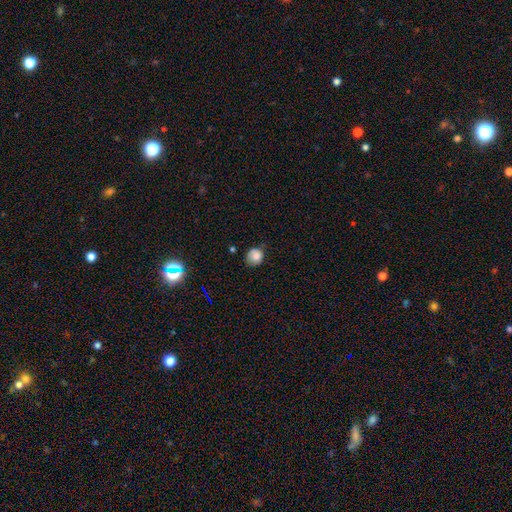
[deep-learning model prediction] smooth 79%, featured or disk 11%, star or artifact 10%. Down the decision tree: how rounded — round (75%); merging — none (58%).